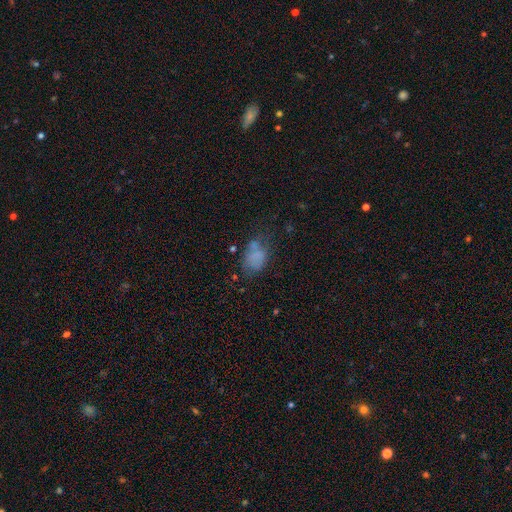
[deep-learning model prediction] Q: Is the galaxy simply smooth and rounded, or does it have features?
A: smooth — 65%.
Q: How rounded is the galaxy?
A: in between — 80%.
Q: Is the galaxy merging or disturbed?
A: none — 42%.